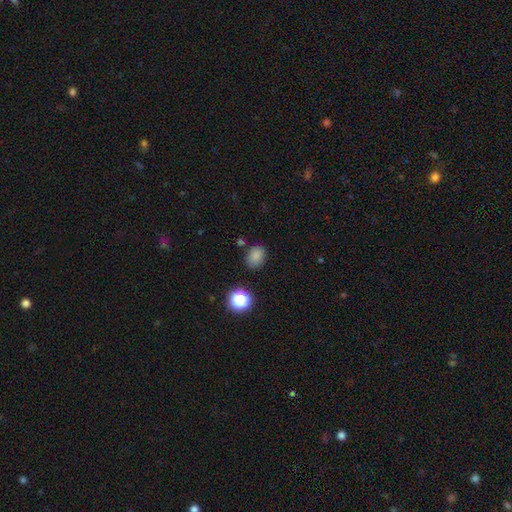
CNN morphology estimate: type=smooth (80%); roundness=in between (57%); merging=none (77%).